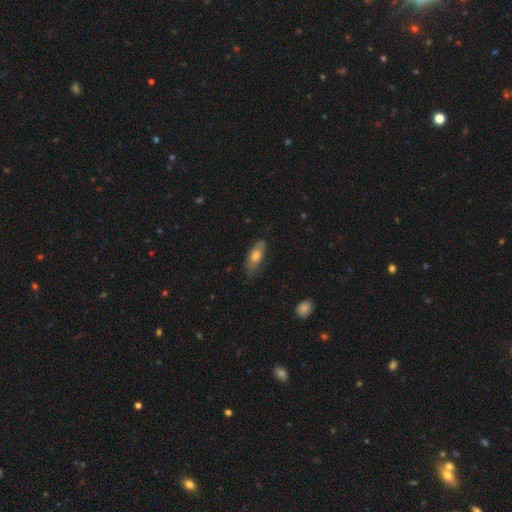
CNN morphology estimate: Q: Smooth or featured?
A: smooth (56%); runner-up: featured or disk (38%)
Q: How rounded?
A: in between (76%); runner-up: cigar-shaped (21%)
Q: Merging?
A: none (67%); runner-up: minor disturbance (24%)